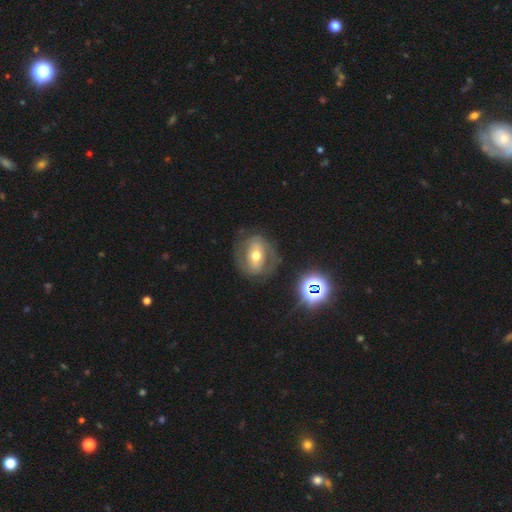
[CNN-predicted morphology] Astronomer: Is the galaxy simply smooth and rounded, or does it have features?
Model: featured or disk — 68%.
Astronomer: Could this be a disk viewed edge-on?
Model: no — 96%.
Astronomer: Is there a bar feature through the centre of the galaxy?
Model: weak — 36% (runner-up: strong, 34%).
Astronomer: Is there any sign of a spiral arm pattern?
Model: yes — 69%.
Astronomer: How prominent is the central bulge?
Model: moderate — 73%.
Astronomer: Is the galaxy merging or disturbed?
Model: none — 71%.